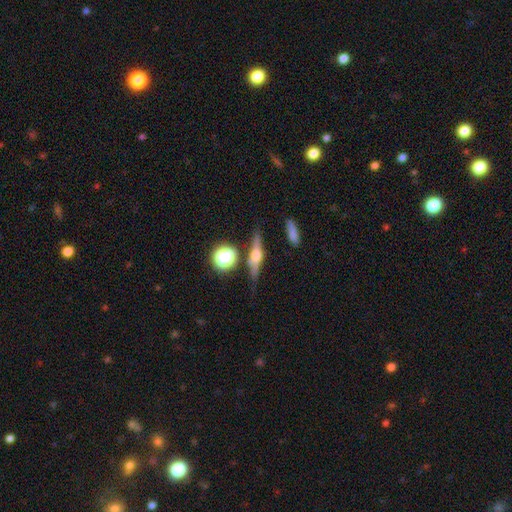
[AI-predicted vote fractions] Smooth or featured? featured or disk (68%)
Edge-on disk? yes (95%)
Edge-on bulge? rounded (92%)
Merging? none (80%)